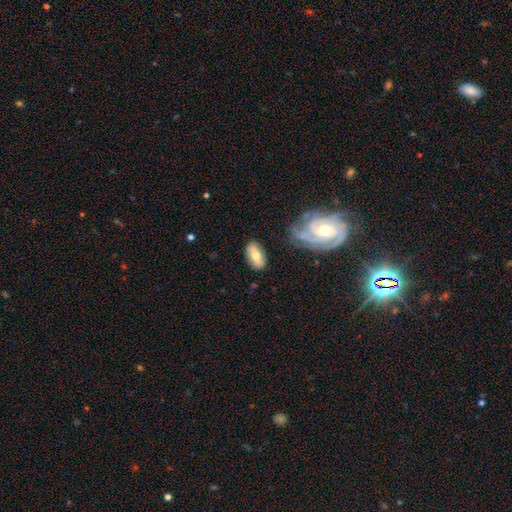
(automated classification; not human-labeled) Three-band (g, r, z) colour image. It shows a smooth galaxy with no disk features (55%) that is in between round and cigar-shaped (88%). Merging: none (77%).